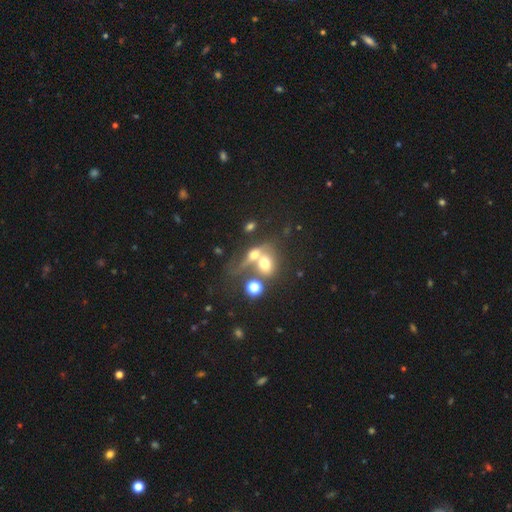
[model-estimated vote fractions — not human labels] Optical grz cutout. It shows a smooth galaxy with no disk features (53%) that is in between round and cigar-shaped (51%). Merging: merger (59%).